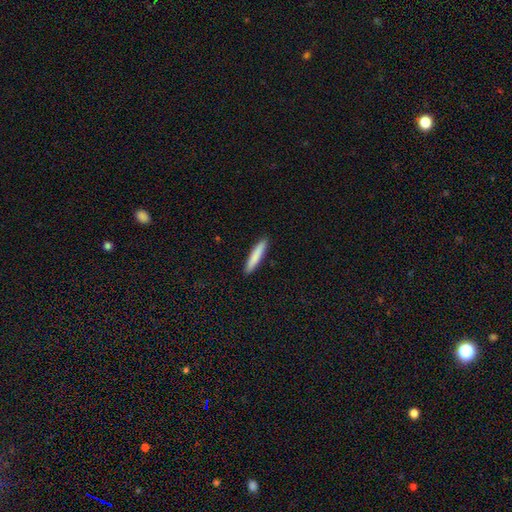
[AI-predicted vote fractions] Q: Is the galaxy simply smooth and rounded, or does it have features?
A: smooth — 84%.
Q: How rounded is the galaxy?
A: cigar-shaped — 92%.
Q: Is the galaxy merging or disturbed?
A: none — 92%.